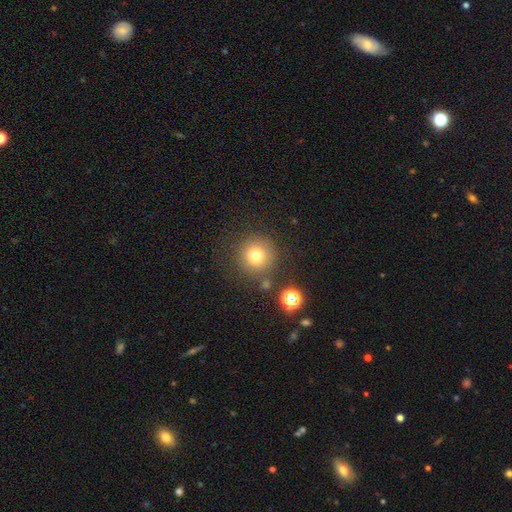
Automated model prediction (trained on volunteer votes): Q: Smooth or featured?
A: smooth (75%); runner-up: star or artifact (15%)
Q: How rounded?
A: round (95%); runner-up: in between (4%)
Q: Merging?
A: none (81%); runner-up: minor disturbance (9%)